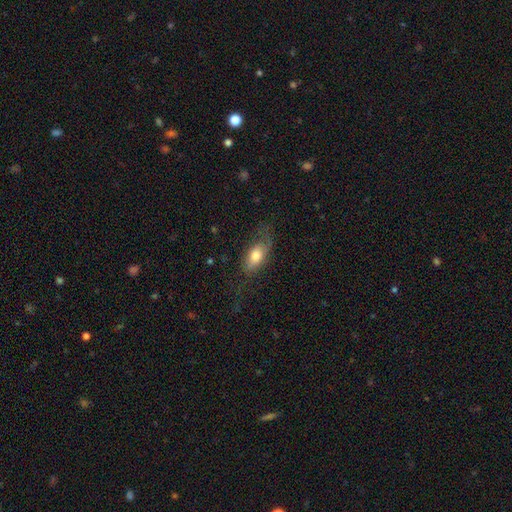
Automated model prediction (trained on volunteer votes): smooth_or_featured: smooth (p=0.70) [alt: featured or disk p=0.23]
how_rounded: in between (p=0.84) [alt: cigar-shaped p=0.11]
merging: none (p=0.51) [alt: minor disturbance p=0.26]